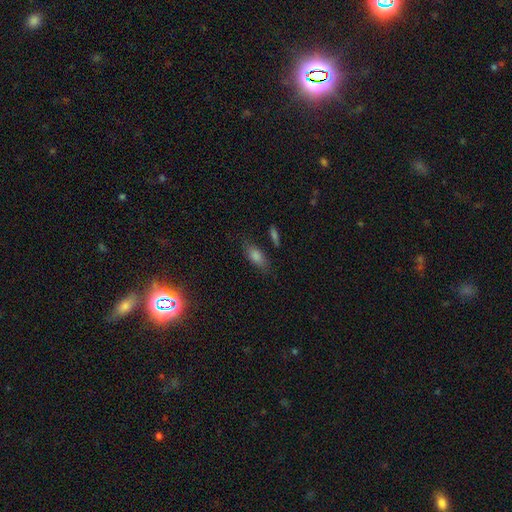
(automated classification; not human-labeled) smooth_or_featured: smooth (p=0.72) [alt: star or artifact p=0.16]
how_rounded: in between (p=0.77) [alt: cigar-shaped p=0.19]
merging: none (p=0.77) [alt: minor disturbance p=0.15]